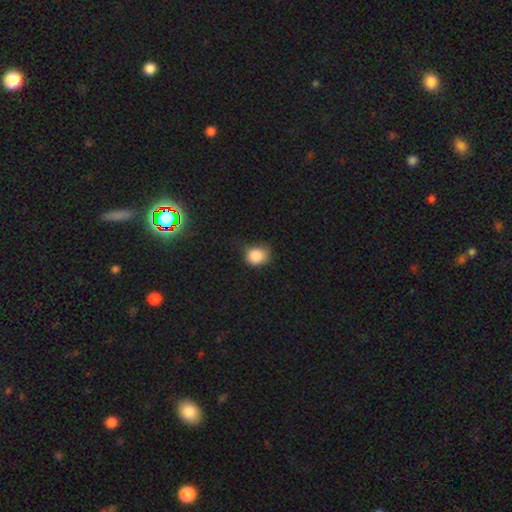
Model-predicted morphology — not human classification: Smooth or featured?
  - smooth: 85% *
  - star or artifact: 10%
  - featured or disk: 5%
How rounded?
  - round: 67% *
  - in between: 32%
  - cigar-shaped: 1%
Merging?
  - none: 48% *
  - minor disturbance: 38%
  - major disturbance: 11%
  - merger: 2%